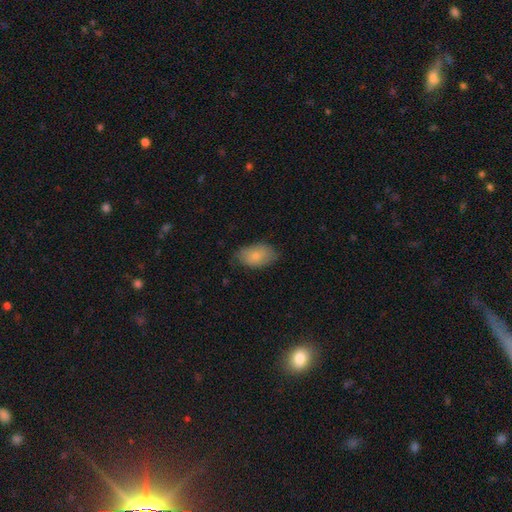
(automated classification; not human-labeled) This appears to be a smooth galaxy with no disk features (80%) that is in between round and cigar-shaped (93%). Merging: none (70%).